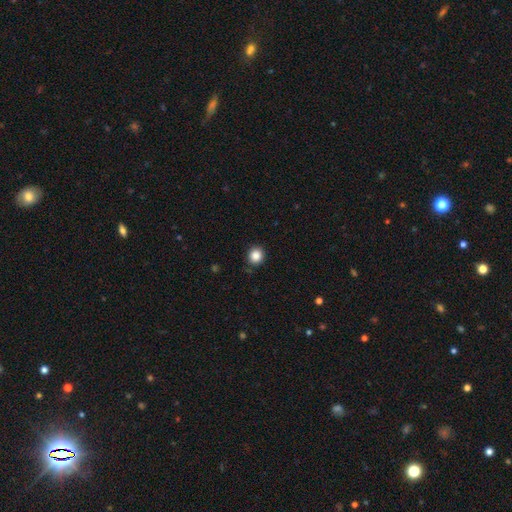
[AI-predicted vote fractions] Smooth or featured?
  - smooth: 86% *
  - star or artifact: 10%
  - featured or disk: 3%
How rounded?
  - round: 90% *
  - in between: 9%
  - cigar-shaped: 1%
Merging?
  - none: 89% *
  - minor disturbance: 7%
  - major disturbance: 2%
  - merger: 1%